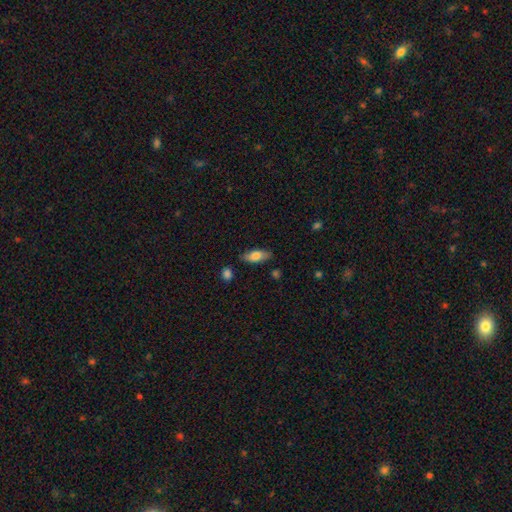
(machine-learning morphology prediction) A smooth galaxy with no disk features (76%) that is in between round and cigar-shaped (76%).

Vote fractions:
- Smooth or featured? smooth: 76% / featured or disk: 18% / star or artifact: 6%
- How rounded? in between: 76% / cigar-shaped: 22% / round: 3%
- Merging? none: 82% / minor disturbance: 13% / major disturbance: 3% / merger: 2%